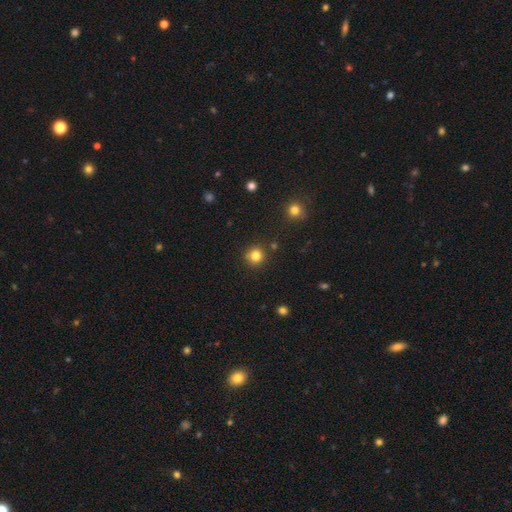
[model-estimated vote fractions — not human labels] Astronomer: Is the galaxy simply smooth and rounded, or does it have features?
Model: smooth — 82%.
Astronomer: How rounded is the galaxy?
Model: round — 93%.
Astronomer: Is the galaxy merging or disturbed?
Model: none — 85%.